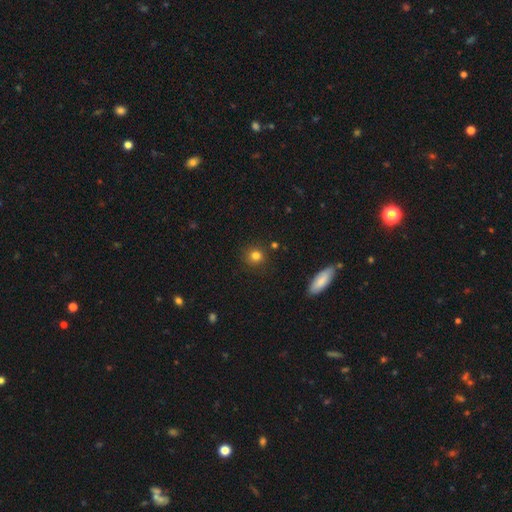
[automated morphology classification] Smooth or featured: smooth — 80% (star or artifact — 13%)
How rounded: round — 89% (in between — 10%)
Merging: none — 87% (minor disturbance — 8%)